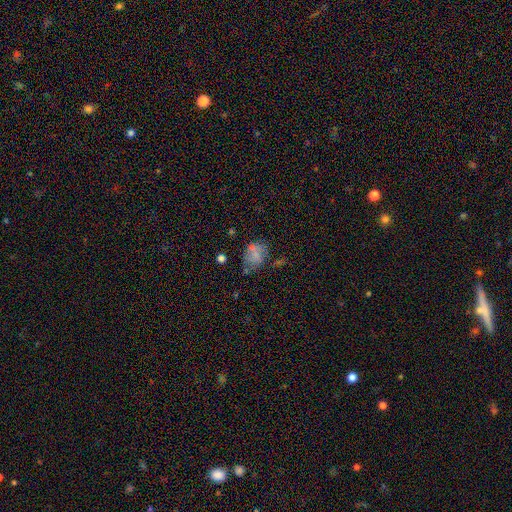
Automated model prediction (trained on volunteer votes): Overall: smooth (64%). How rounded: in between (72%). Merging: none (51%; minor disturbance 24%).